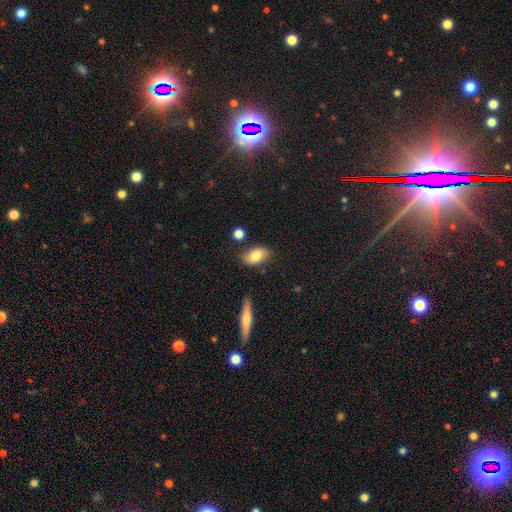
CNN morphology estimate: A smooth galaxy with no disk features (79%) that is in between round and cigar-shaped (88%). Merging: none (76%).